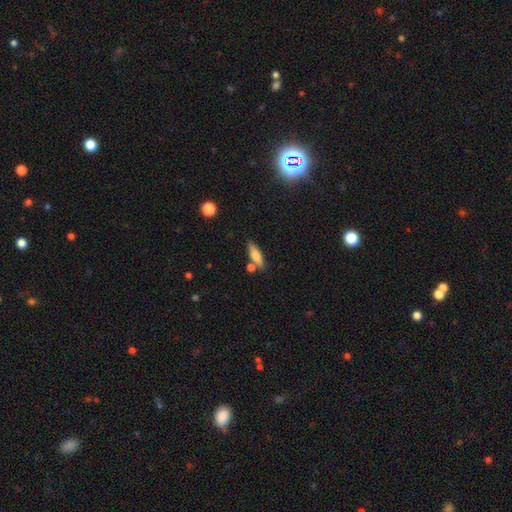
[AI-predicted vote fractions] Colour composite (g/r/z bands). It shows a smooth galaxy with no disk features (73%) that is cigar-shaped (57%). Merging: none (71%).